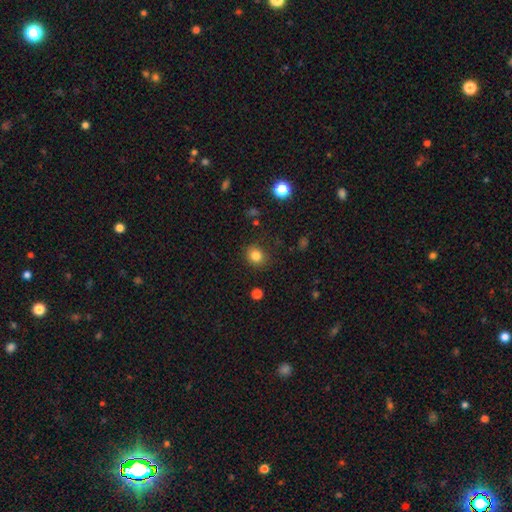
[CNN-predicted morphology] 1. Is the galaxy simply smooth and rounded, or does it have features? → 82% smooth, 12% star or artifact, 6% featured or disk.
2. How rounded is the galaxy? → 77% round, 22% in between, 1% cigar-shaped.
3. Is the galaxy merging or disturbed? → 86% none, 9% minor disturbance, 3% major disturbance, 1% merger.